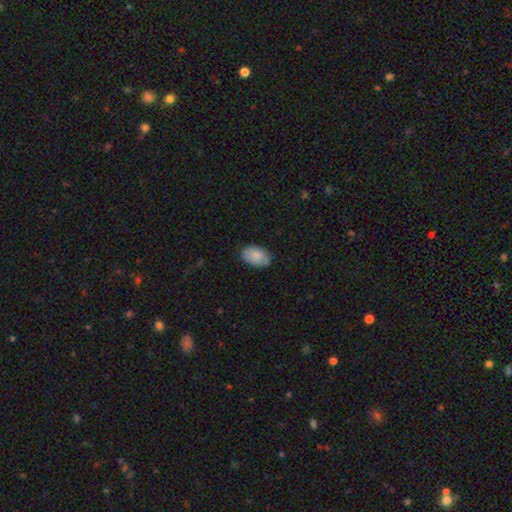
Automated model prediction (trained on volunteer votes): Morphology: type=smooth (86%); roundness=in between (91%); merging=none (81%).